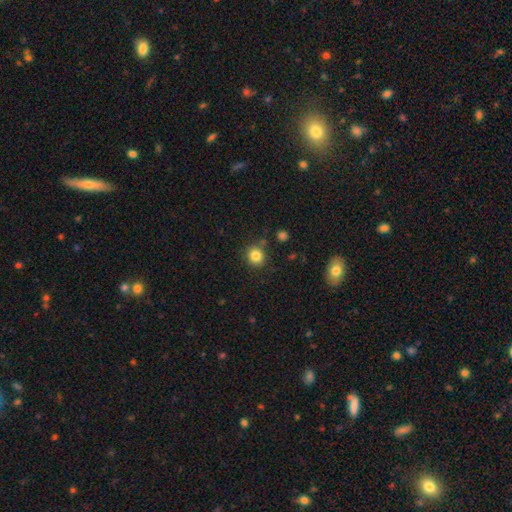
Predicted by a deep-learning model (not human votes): smooth_or_featured: smooth (p=0.83) [alt: star or artifact p=0.11]
how_rounded: round (p=0.80) [alt: in between p=0.19]
merging: none (p=0.83) [alt: minor disturbance p=0.10]